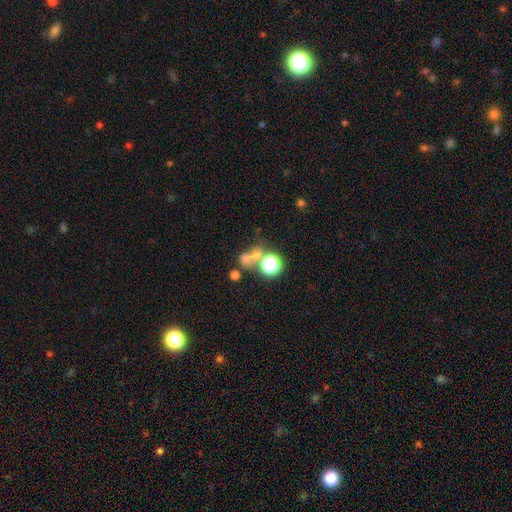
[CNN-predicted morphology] type=smooth (58%); roundness=round (73%); merging=merger (43%).